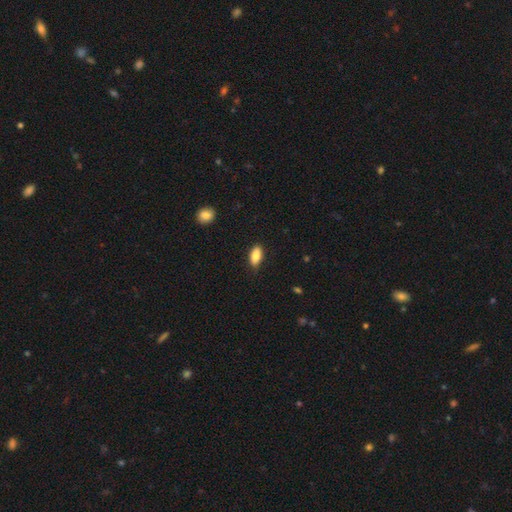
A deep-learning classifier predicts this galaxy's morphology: A smooth galaxy with no disk features (87%) that is in between round and cigar-shaped (88%). Merging: none (82%).